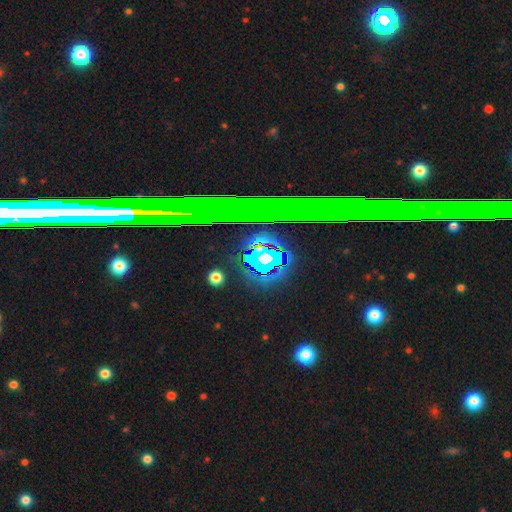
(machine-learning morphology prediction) smooth-or-featured: star or artifact: 73% | featured or disk: 15% | smooth: 12%